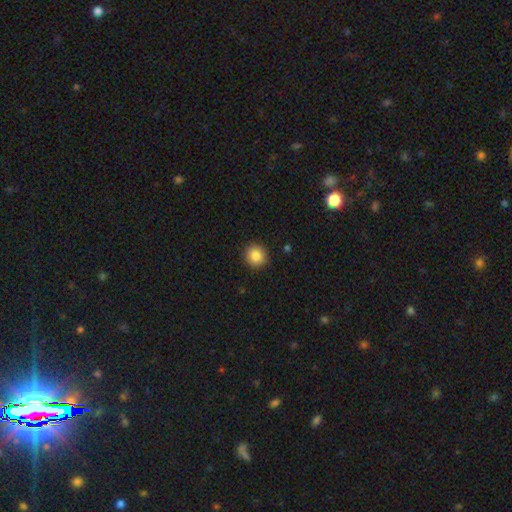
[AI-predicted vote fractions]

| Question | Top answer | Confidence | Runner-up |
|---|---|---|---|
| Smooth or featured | smooth | 87% | star or artifact (9%) |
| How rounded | round | 93% | in between (6%) |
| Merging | none | 91% | minor disturbance (6%) |